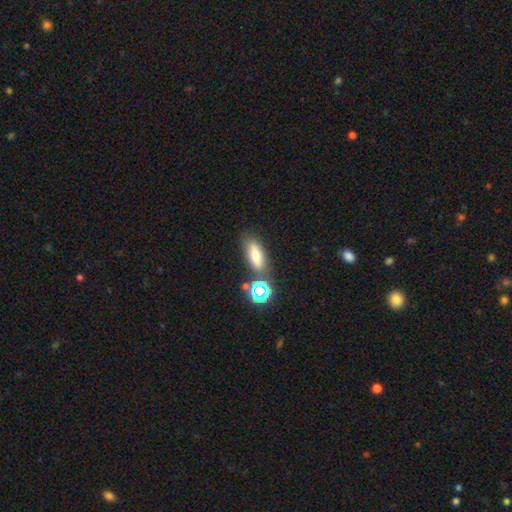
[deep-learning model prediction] A smooth galaxy with no disk features (70%) that is in between round and cigar-shaped (65%).

Vote fractions:
- Smooth or featured? smooth: 70% / star or artifact: 15% / featured or disk: 14%
- How rounded? in between: 65% / cigar-shaped: 26% / round: 9%
- Merging? none: 70% / minor disturbance: 14% / merger: 11% / major disturbance: 5%